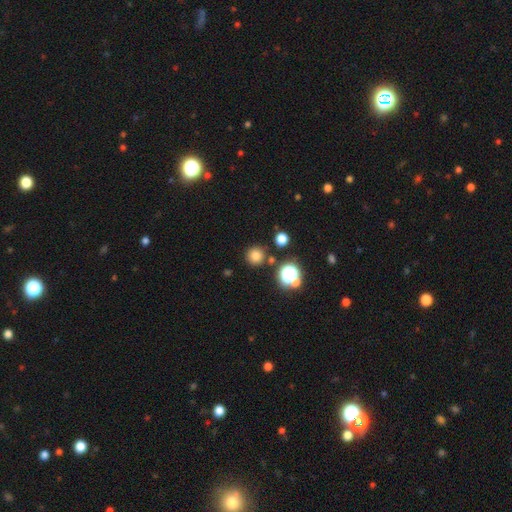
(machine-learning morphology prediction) A smooth galaxy with no disk features (73%) that is round (94%).

Vote fractions:
- Smooth or featured? smooth: 73% / star or artifact: 20% / featured or disk: 7%
- How rounded? round: 94% / in between: 5% / cigar-shaped: 1%
- Merging? none: 85% / minor disturbance: 7% / merger: 6% / major disturbance: 3%